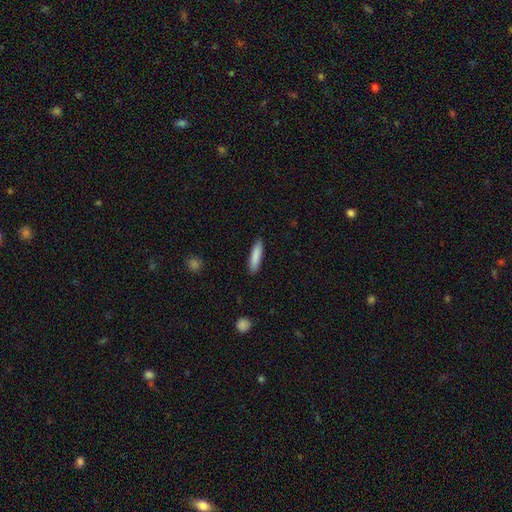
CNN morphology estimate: Smooth or featured? smooth (86%)
How rounded? cigar-shaped (75%)
Merging? none (90%)